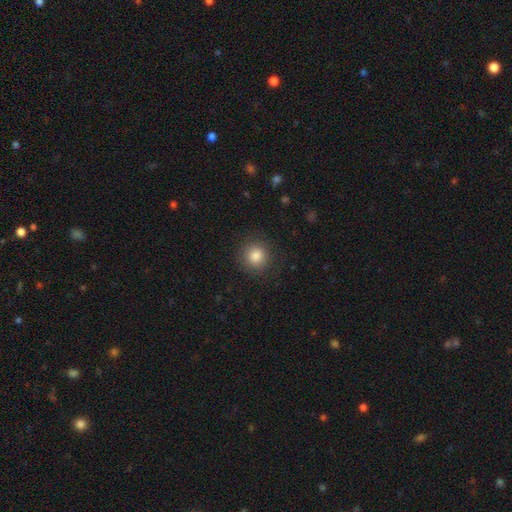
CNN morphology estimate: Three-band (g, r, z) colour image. It shows a smooth galaxy with no disk features (84%) that is round (90%). Merging: none (87%).